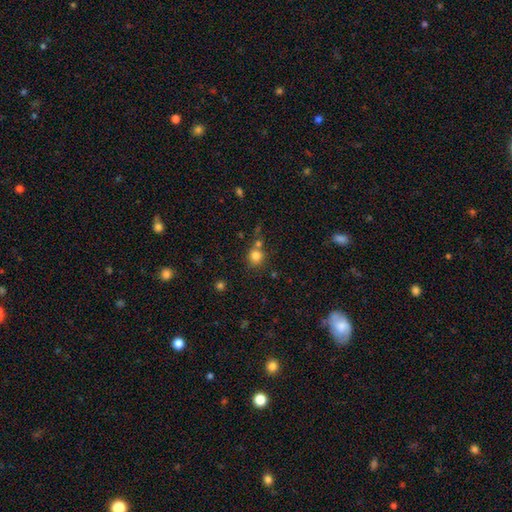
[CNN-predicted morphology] Smooth or featured: smooth — 81% (star or artifact — 13%)
How rounded: round — 89% (in between — 10%)
Merging: none — 63% (merger — 23%)